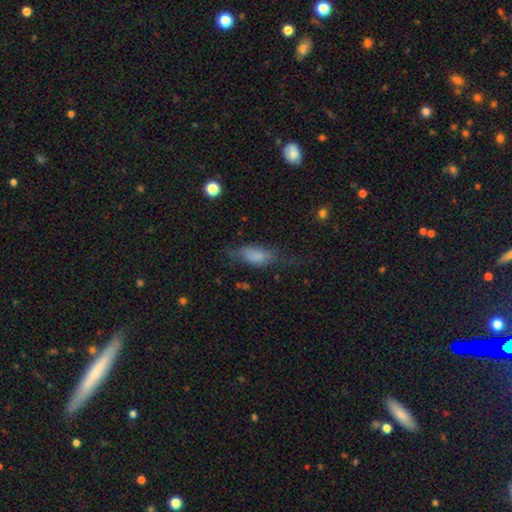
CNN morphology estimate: Smooth or featured: smooth — 74% (featured or disk — 17%)
How rounded: in between — 78% (cigar-shaped — 18%)
Merging: none — 43% (minor disturbance — 29%)